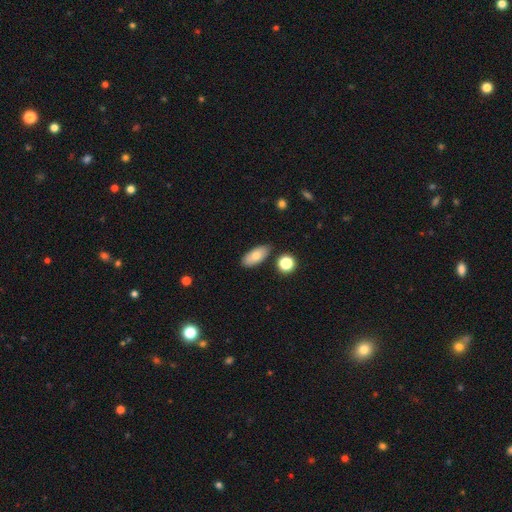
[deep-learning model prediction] Smooth or featured? Predicted: smooth (p=0.76). How rounded? Predicted: in between (p=0.88). Merging? Predicted: none (p=0.82).